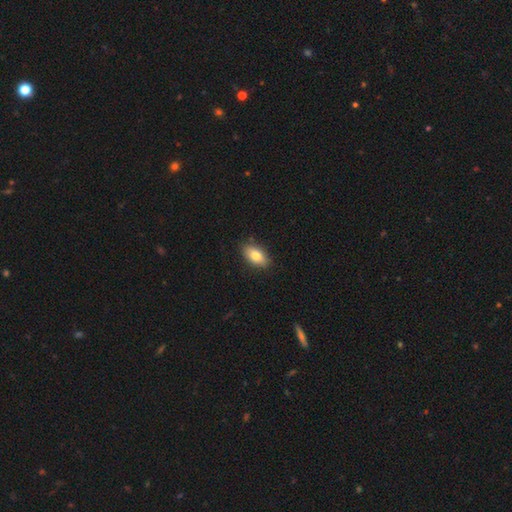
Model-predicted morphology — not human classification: A smooth galaxy with no disk features (79%) that is in between round and cigar-shaped (90%).

Vote fractions:
- Smooth or featured? smooth: 79% / featured or disk: 14% / star or artifact: 7%
- How rounded? in between: 90% / round: 5% / cigar-shaped: 4%
- Merging? none: 87% / minor disturbance: 10% / major disturbance: 2% / merger: 1%